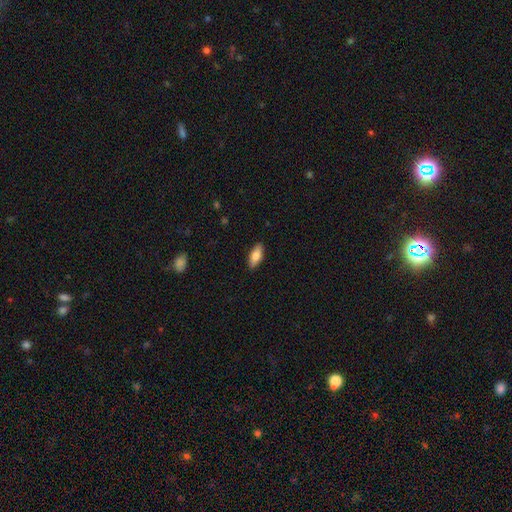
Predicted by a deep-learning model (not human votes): smooth-or-featured: smooth: 81% | featured or disk: 13% | star or artifact: 6%
  how-rounded: in between: 78% | cigar-shaped: 20% | round: 2%
  merging: none: 88% | minor disturbance: 9% | major disturbance: 2% | merger: 1%